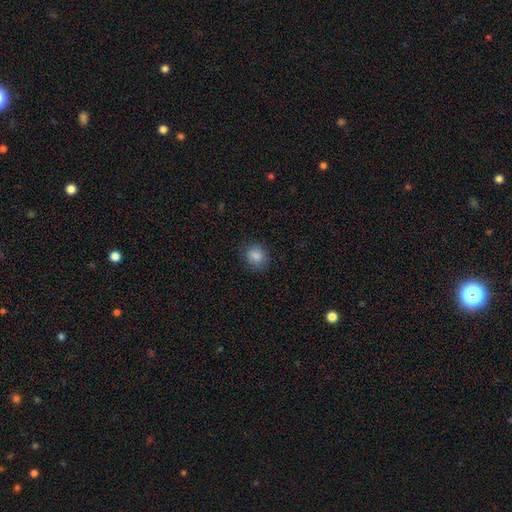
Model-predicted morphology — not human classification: smooth-or-featured: smooth: 86% | star or artifact: 10% | featured or disk: 5%
  how-rounded: round: 69% | in between: 30% | cigar-shaped: 1%
  merging: none: 84% | minor disturbance: 12% | major disturbance: 3% | merger: 1%